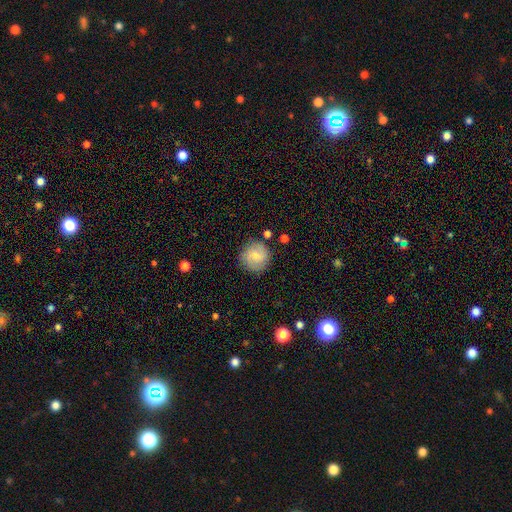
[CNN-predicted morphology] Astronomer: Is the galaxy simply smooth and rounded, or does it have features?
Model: smooth — 67%.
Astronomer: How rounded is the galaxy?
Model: round — 93%.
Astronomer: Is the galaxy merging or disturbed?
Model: none — 83%.